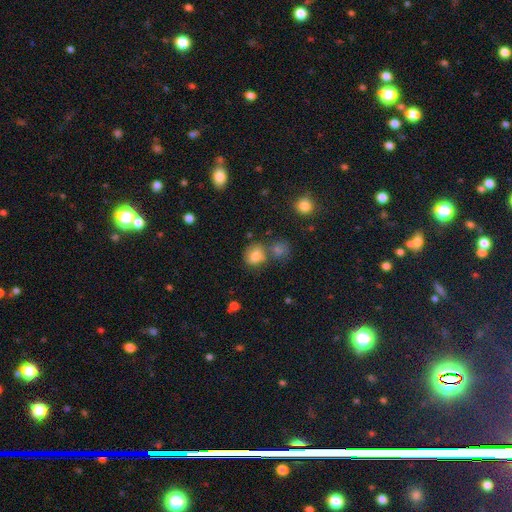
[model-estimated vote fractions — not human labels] Smooth or featured? Predicted: smooth (p=0.79). How rounded? Predicted: round (p=0.54). Merging? Predicted: none (p=0.56).